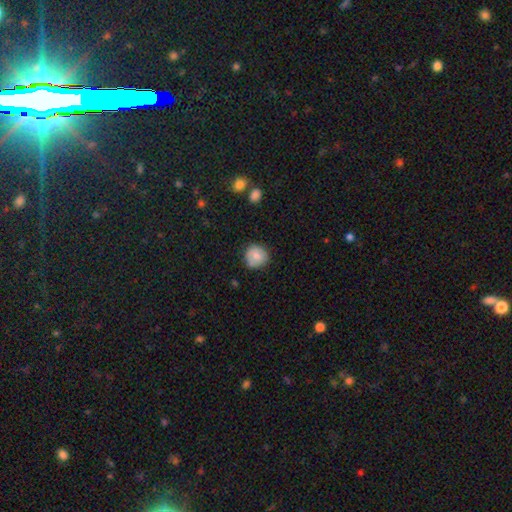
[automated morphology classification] type=smooth (79%); roundness=round (89%); merging=none (76%).